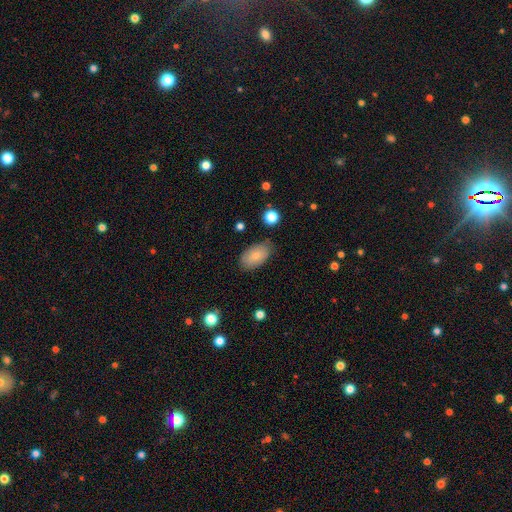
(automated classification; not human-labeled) A smooth galaxy with no disk features (78%) that is in between round and cigar-shaped (93%). Merging: none (78%).